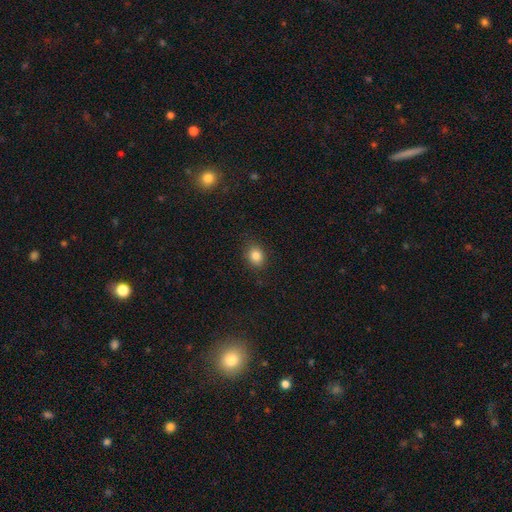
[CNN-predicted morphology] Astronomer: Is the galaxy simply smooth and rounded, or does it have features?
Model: smooth — 84%.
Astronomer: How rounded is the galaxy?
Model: round — 52% (runner-up: in between, 47%).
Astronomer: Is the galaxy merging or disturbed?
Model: none — 86%.